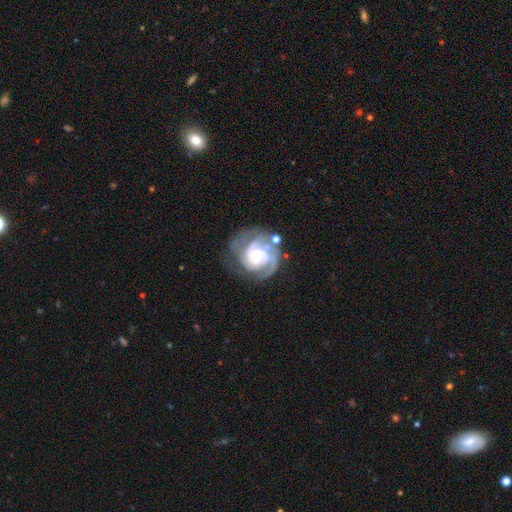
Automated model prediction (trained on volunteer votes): Smooth or featured? Predicted: featured or disk (p=0.84). Edge-on disk? Predicted: no (p=0.98). Bar? Predicted: no (p=0.51). Spiral arms? Predicted: yes (p=0.96). Spiral winding? Predicted: tight (p=0.61). Spiral arm count? Predicted: 2 (p=0.30). Bulge size? Predicted: moderate (p=0.35). Merging? Predicted: none (p=0.56).